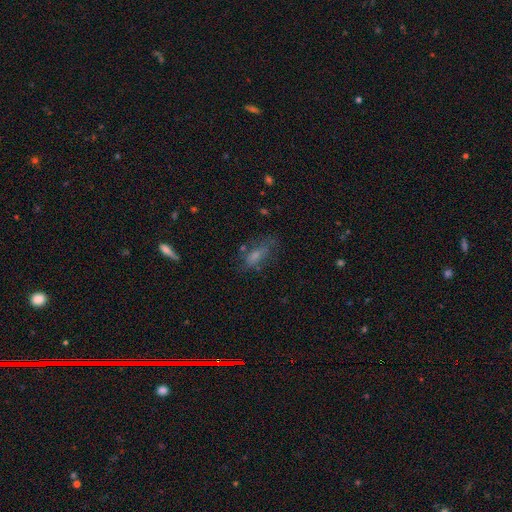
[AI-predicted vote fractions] Morphology: type=smooth (58%); roundness=in between (66%); merging=none (55%).